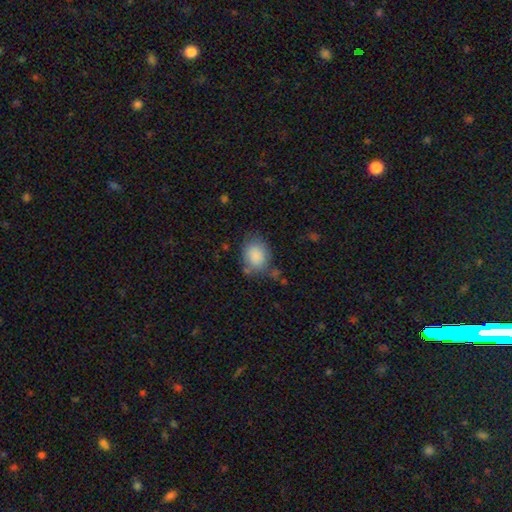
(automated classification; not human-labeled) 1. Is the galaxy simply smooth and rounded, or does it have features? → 87% smooth, 7% star or artifact, 6% featured or disk.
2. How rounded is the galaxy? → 57% in between, 42% round, 1% cigar-shaped.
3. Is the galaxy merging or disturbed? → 63% none, 23% minor disturbance, 8% major disturbance, 6% merger.